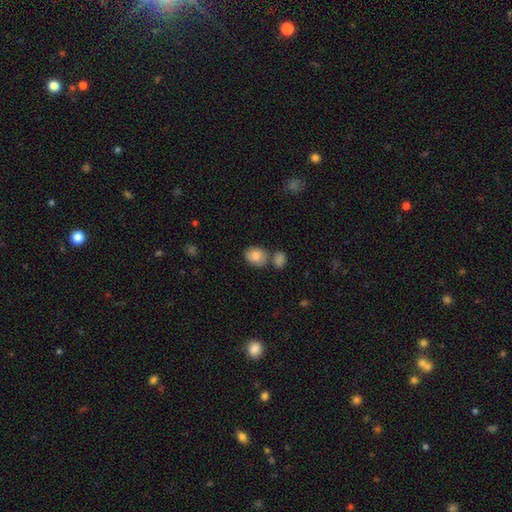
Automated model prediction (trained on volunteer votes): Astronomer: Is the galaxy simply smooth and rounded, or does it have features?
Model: smooth — 80%.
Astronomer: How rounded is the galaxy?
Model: in between — 58% (runner-up: round, 41%).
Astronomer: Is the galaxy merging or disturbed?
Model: none — 56%.